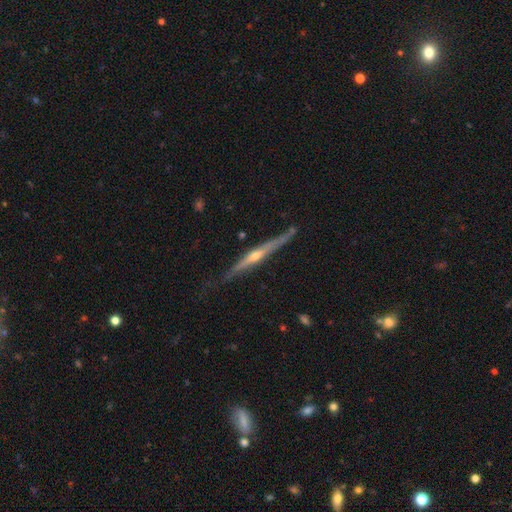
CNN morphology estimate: Smooth or featured?
  - featured or disk: 79% *
  - smooth: 15%
  - star or artifact: 5%
Edge-on disk?
  - yes: 97% *
  - no: 3%
Edge-on bulge?
  - rounded: 81% *
  - none: 15%
  - boxy: 4%
Merging?
  - none: 77% *
  - minor disturbance: 18%
  - major disturbance: 3%
  - merger: 2%